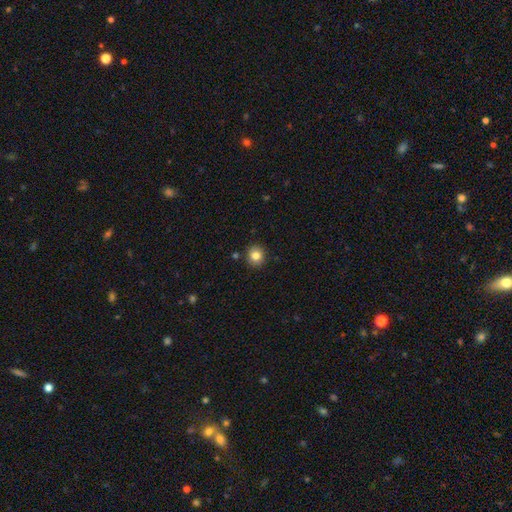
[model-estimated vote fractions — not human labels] Smooth or featured? smooth (83%)
How rounded? round (87%)
Merging? none (90%)